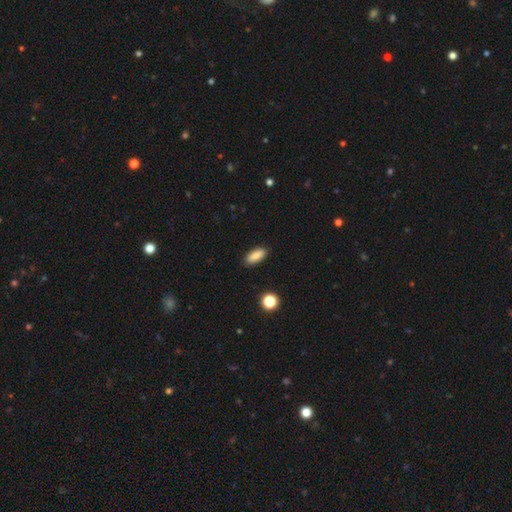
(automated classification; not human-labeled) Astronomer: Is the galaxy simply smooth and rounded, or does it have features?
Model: smooth — 84%.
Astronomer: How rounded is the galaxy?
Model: in between — 84%.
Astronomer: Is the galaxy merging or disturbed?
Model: none — 88%.